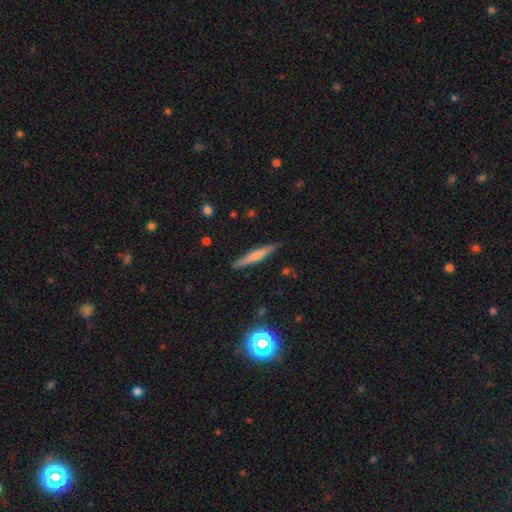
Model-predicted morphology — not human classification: The model was most divided on "smooth or featured": smooth: 59%, featured or disk: 34%, star or artifact: 7%. More confident: how rounded — cigar-shaped (93%); merging — none (87%).